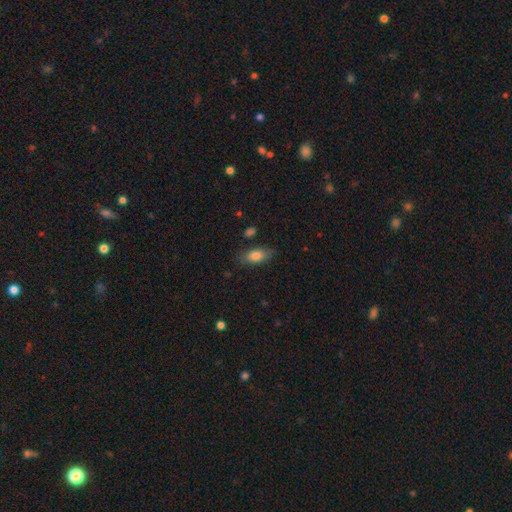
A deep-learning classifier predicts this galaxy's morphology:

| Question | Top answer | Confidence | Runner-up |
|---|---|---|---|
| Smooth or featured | smooth | 79% | featured or disk (13%) |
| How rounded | in between | 84% | cigar-shaped (11%) |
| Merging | none | 76% | minor disturbance (17%) |